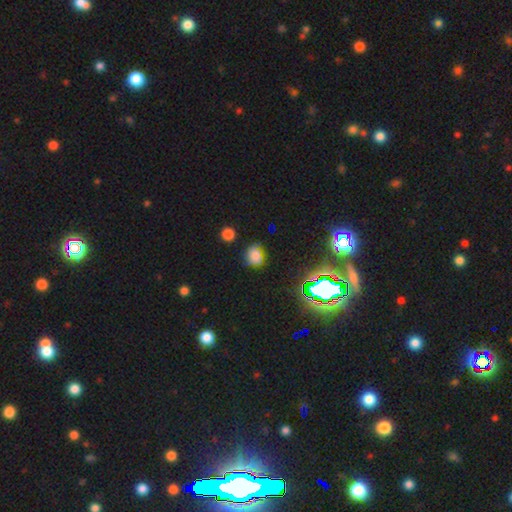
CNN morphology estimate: A smooth galaxy with no disk features (61%) that is round (73%). Merging: none (68%).